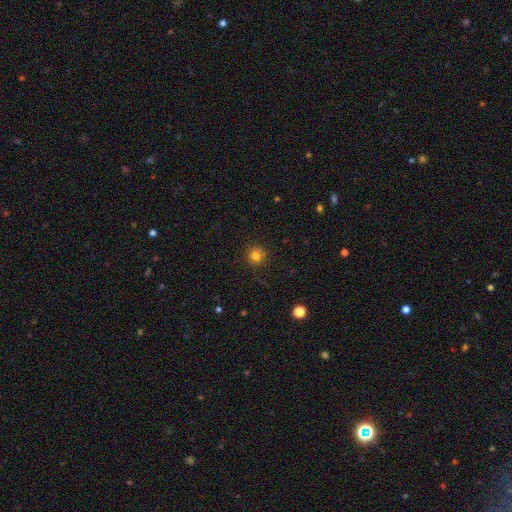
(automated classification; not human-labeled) Morphology: type=smooth (80%); roundness=round (94%); merging=none (88%).